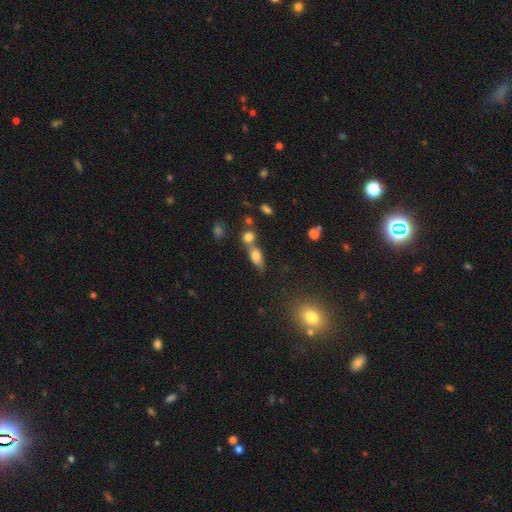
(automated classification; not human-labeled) A smooth galaxy with no disk features (69%) that is in between round and cigar-shaped (69%). Merging: none (42%, tied with merger).